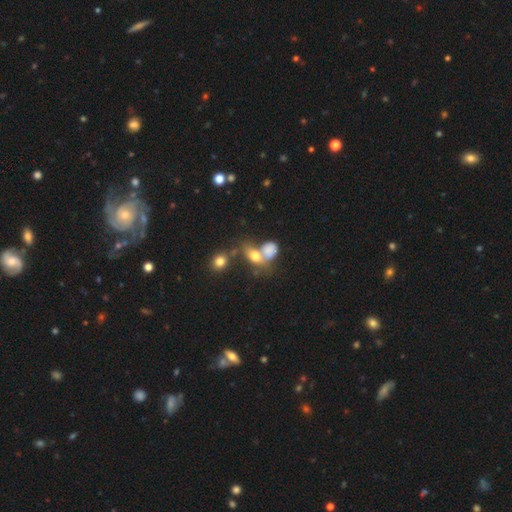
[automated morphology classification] smooth_or_featured: smooth (p=0.70) [alt: featured or disk p=0.17]
how_rounded: in between (p=0.67) [alt: round p=0.29]
merging: merger (p=0.49) [alt: none p=0.29]